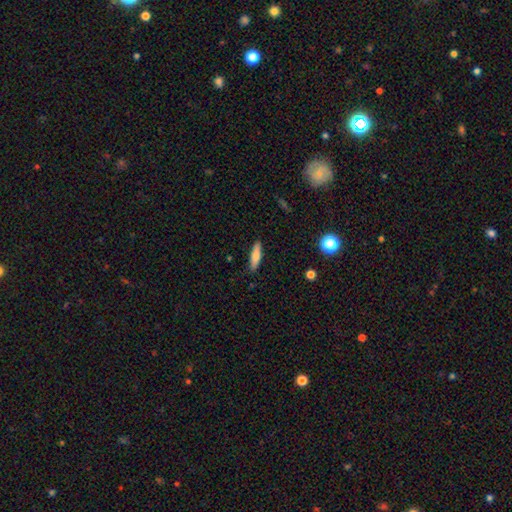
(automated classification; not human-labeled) A smooth galaxy with no disk features (78%) that is cigar-shaped (72%).

Vote fractions:
- Smooth or featured? smooth: 78% / featured or disk: 15% / star or artifact: 7%
- How rounded? cigar-shaped: 72% / in between: 26% / round: 2%
- Merging? none: 88% / minor disturbance: 9% / major disturbance: 2% / merger: 1%